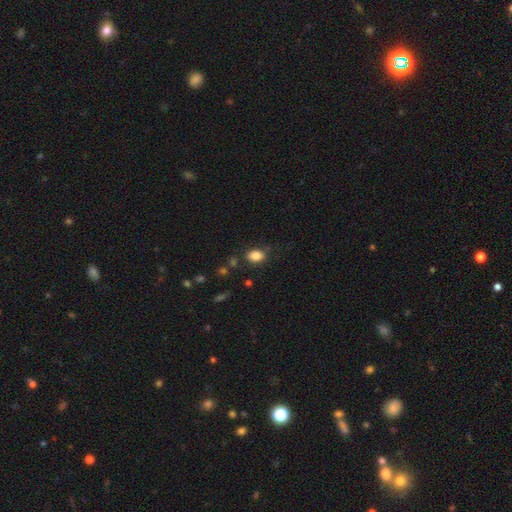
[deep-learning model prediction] Smooth or featured? Predicted: smooth (p=0.85). How rounded? Predicted: in between (p=0.78). Merging? Predicted: none (p=0.78).